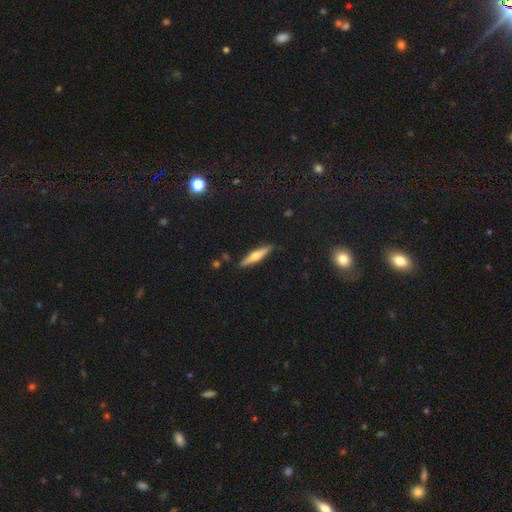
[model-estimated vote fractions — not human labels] This is possibly a featured or disk galaxy (55%). It is clearly viewed edge-on (95%). Edge-on bulge: clearly rounded (89%). Merging: clearly none (89%).